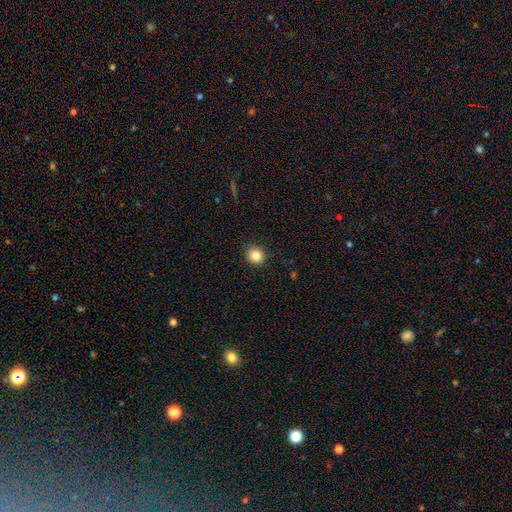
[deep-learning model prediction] Smooth or featured: smooth — 85% (star or artifact — 11%)
How rounded: round — 85% (in between — 14%)
Merging: none — 90% (minor disturbance — 7%)